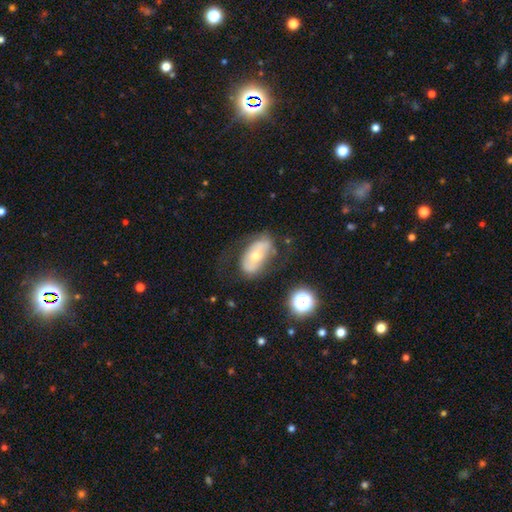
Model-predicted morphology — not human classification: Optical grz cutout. It shows a featured or disk galaxy (50%). Merging: none (57%).